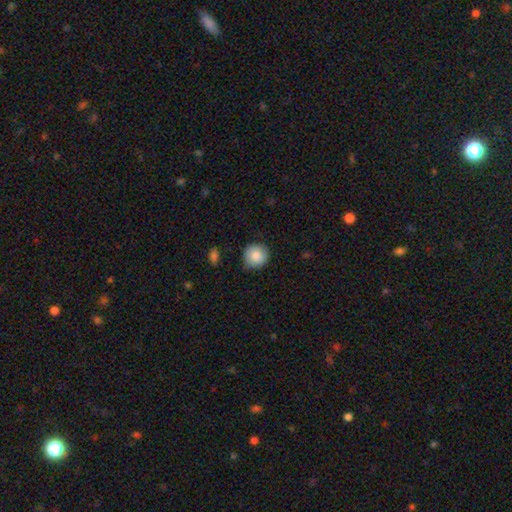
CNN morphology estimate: Overall: smooth (87%). How rounded: round (91%). Merging: none (83%).